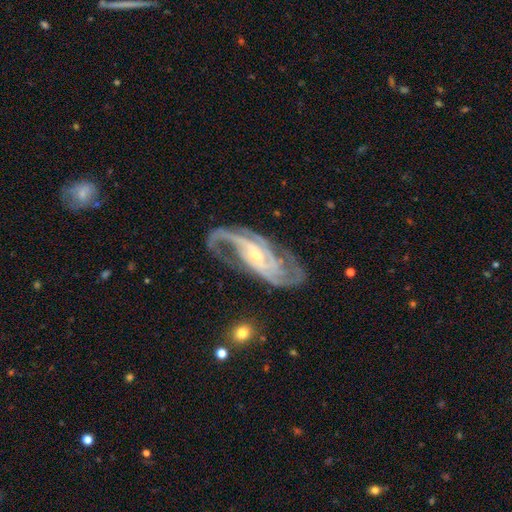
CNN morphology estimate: featured or disk 92%, star or artifact 5%, smooth 3%. Down the decision tree: edge-on disk — no (95%); bar — no (43%); spiral arms — yes (98%); spiral arm count — 2 (47%); spiral winding — medium (49%); bulge size — small (69%); merging — none (67%).